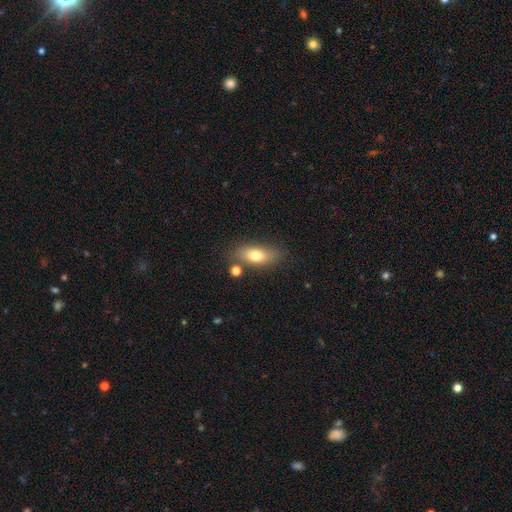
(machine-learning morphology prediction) A smooth galaxy with no disk features (74%) that is in between round and cigar-shaped (79%).

Vote fractions:
- Smooth or featured? smooth: 74% / featured or disk: 18% / star or artifact: 8%
- How rounded? in between: 79% / cigar-shaped: 16% / round: 6%
- Merging? none: 74% / minor disturbance: 14% / merger: 8% / major disturbance: 4%